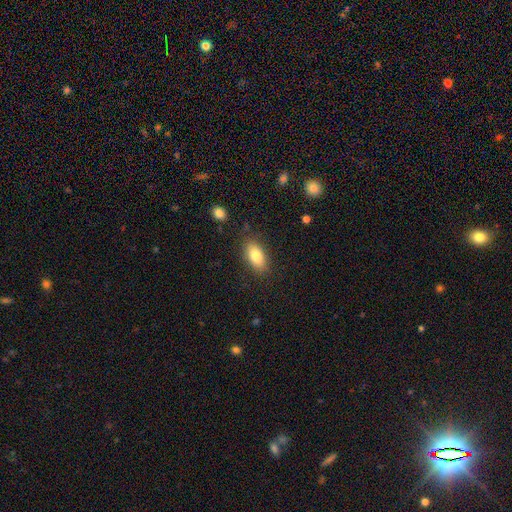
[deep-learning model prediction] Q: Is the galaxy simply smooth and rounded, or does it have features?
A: smooth — 82%.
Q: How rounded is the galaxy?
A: in between — 89%.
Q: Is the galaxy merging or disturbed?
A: none — 84%.